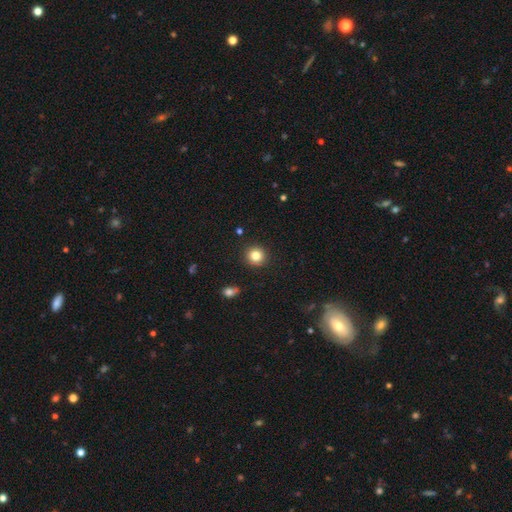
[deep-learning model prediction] Smooth or featured? Predicted: smooth (p=0.82). How rounded? Predicted: round (p=0.92). Merging? Predicted: none (p=0.91).